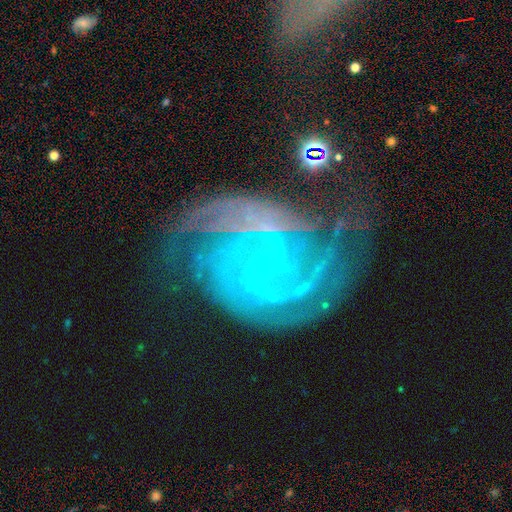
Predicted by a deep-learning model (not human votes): smooth_or_featured: featured or disk (p=0.76) [alt: star or artifact p=0.17]
disk_edge_on: no (p=0.97) [alt: yes p=0.03]
bar: no (p=0.58) [alt: weak p=0.25]
has_spiral_arms: yes (p=0.94) [alt: no p=0.06]
spiral_winding: tight (p=0.50) [alt: medium p=0.37]
spiral_arm_count: 2 (p=0.36) [alt: can't tell p=0.19]
bulge_size: small (p=0.73) [alt: moderate p=0.13]
merging: none (p=0.59) [alt: minor disturbance p=0.19]